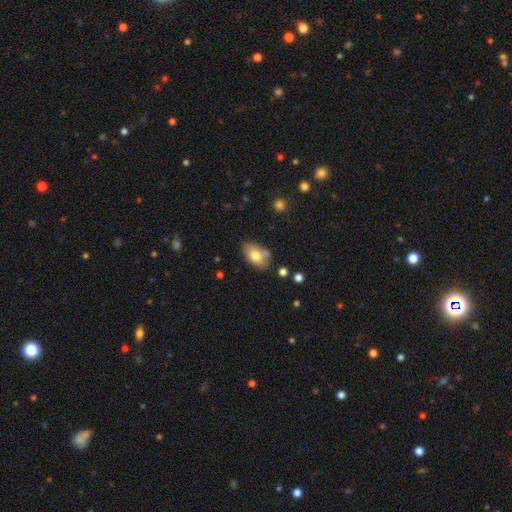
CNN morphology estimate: Smooth or featured? Predicted: smooth (p=0.75). How rounded? Predicted: in between (p=0.87). Merging? Predicted: none (p=0.66).